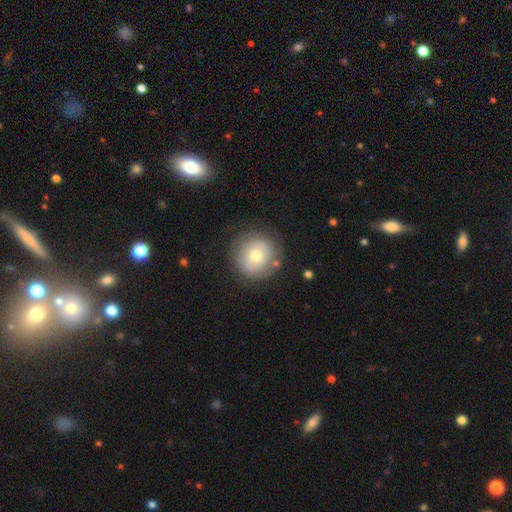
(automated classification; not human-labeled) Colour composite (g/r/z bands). It shows a smooth galaxy with no disk features (62%) that is round (93%). Merging: none (80%).